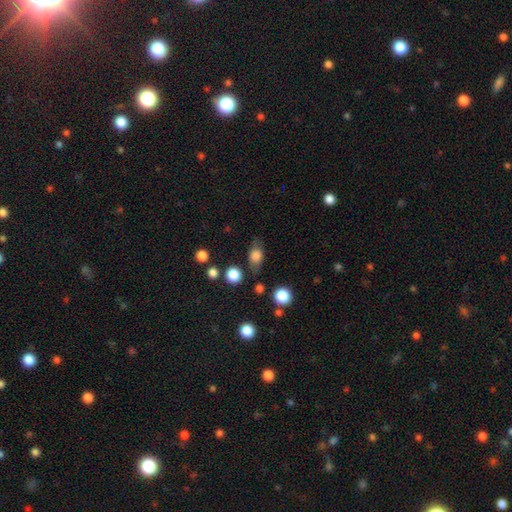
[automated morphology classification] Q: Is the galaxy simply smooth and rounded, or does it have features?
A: smooth — 72%.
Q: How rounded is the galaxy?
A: in between — 64%.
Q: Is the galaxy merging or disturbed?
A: none — 70%.